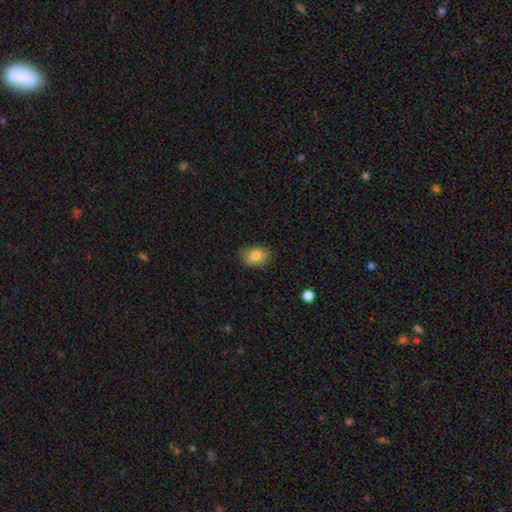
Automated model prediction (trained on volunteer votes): smooth_or_featured: smooth (p=0.83) [alt: star or artifact p=0.09]
how_rounded: in between (p=0.68) [alt: round p=0.31]
merging: none (p=0.82) [alt: minor disturbance p=0.14]